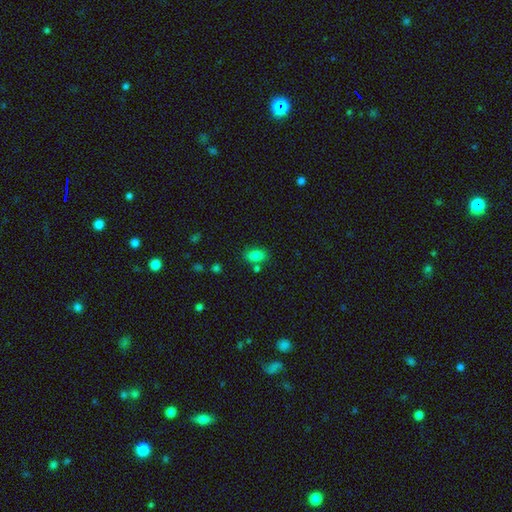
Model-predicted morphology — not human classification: A smooth galaxy with no disk features (83%) that is in between round and cigar-shaped (83%). Merging: none (73%).